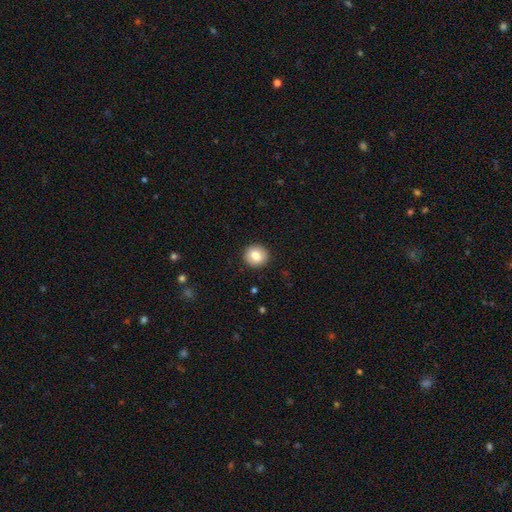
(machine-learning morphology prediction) This is clearly a smooth galaxy (81%). How rounded: clearly round (90%). Merging: clearly none (92%).